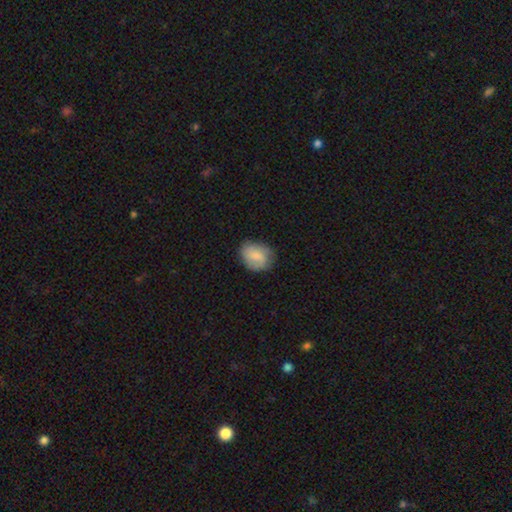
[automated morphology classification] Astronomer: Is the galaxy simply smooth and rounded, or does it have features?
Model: smooth — 74%.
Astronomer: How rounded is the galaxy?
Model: in between — 55% (runner-up: round, 44%).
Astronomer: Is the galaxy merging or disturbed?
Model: none — 73%.